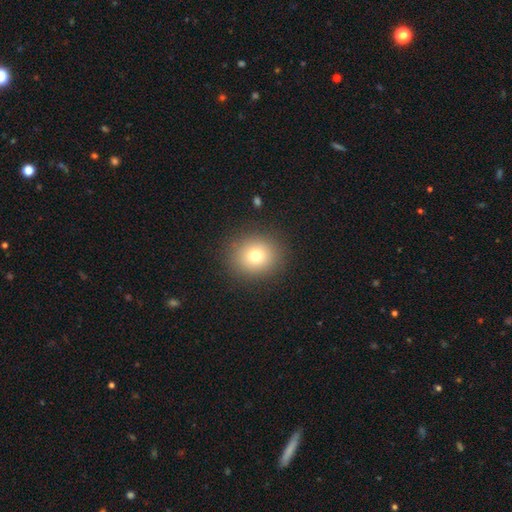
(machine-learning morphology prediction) type=smooth (76%); roundness=round (81%); merging=none (89%).